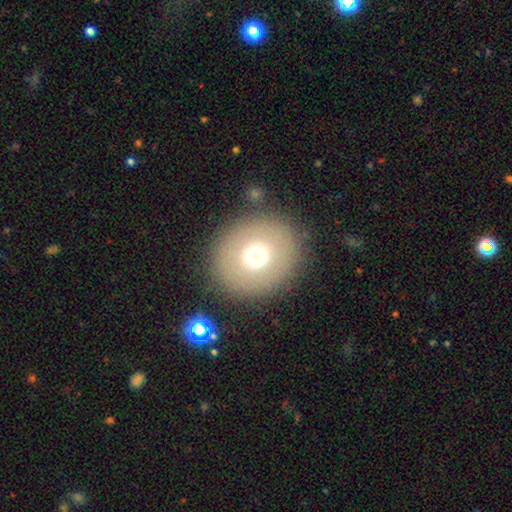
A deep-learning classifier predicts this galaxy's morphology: This is likely a smooth galaxy (68%). How rounded: clearly round (87%). Merging: clearly none (86%).